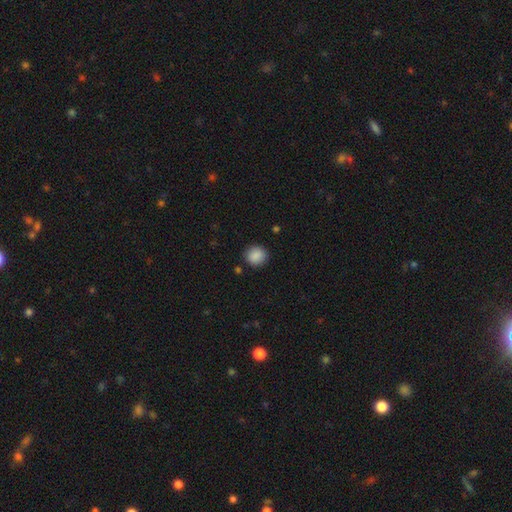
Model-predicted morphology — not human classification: Q: Smooth or featured?
A: smooth (89%); runner-up: star or artifact (8%)
Q: How rounded?
A: round (85%); runner-up: in between (14%)
Q: Merging?
A: none (88%); runner-up: minor disturbance (8%)